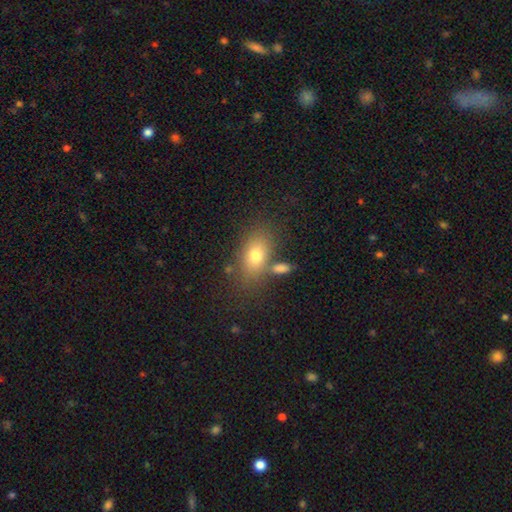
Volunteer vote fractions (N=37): Q: Smooth or featured?
A: smooth (78%); runner-up: featured or disk (16%)
Q: How rounded?
A: in between (69%); runner-up: round (28%)
Q: Merging?
A: none (69%); runner-up: minor disturbance (17%)